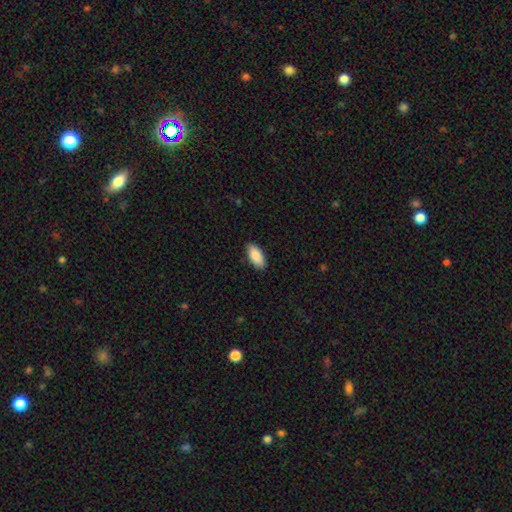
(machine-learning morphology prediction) type=smooth (89%); roundness=in between (90%); merging=none (87%).